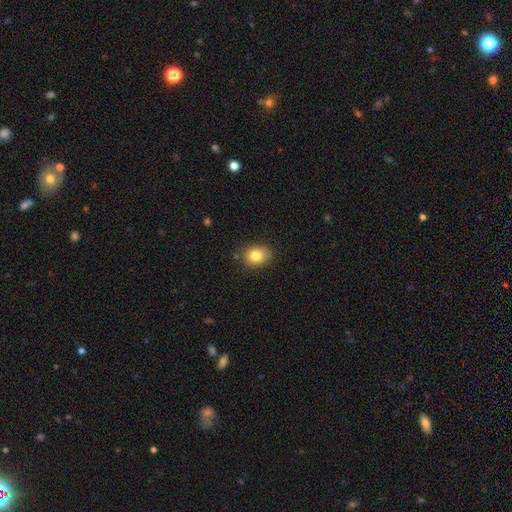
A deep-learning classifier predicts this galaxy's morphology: smooth-or-featured: smooth: 81% | star or artifact: 9% | featured or disk: 9%
  how-rounded: in between: 51% | round: 48% | cigar-shaped: 1%
  merging: none: 79% | minor disturbance: 16% | major disturbance: 3% | merger: 2%